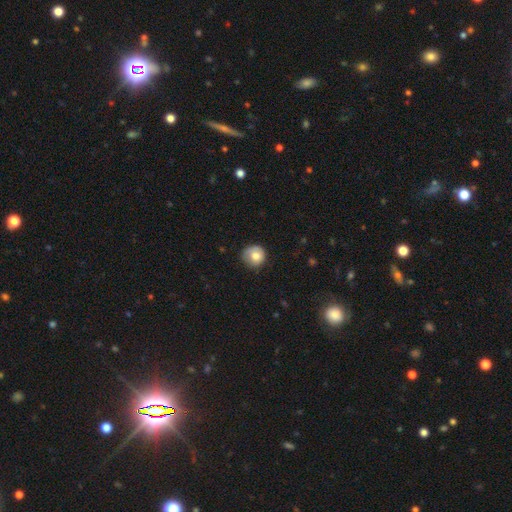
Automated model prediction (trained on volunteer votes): The model was most divided on "merging": none: 70%, minor disturbance: 22%, major disturbance: 6%, merger: 1%. More confident: how rounded — round (90%); smooth or featured — smooth (79%).